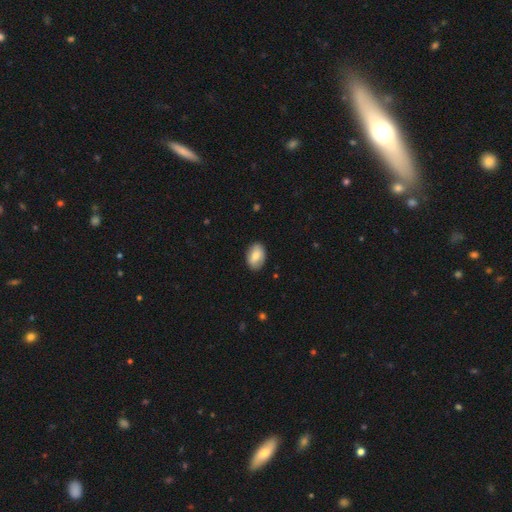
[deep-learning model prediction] Smooth or featured? Predicted: smooth (p=0.77). How rounded? Predicted: in between (p=0.87). Merging? Predicted: none (p=0.86).